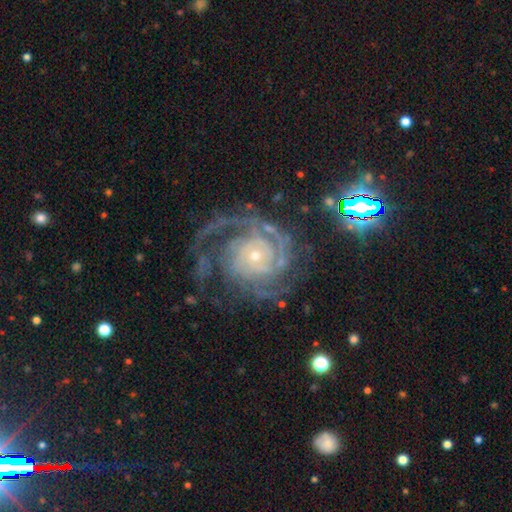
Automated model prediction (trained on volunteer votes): Morphology: type=featured or disk (90%); edge-on=no (98%); bar=no (76%); spiral arms=yes (98%); winding=tight (67%); arm count=2 (24%, tied with 3); bulge=small (75%); merging=none (64%).